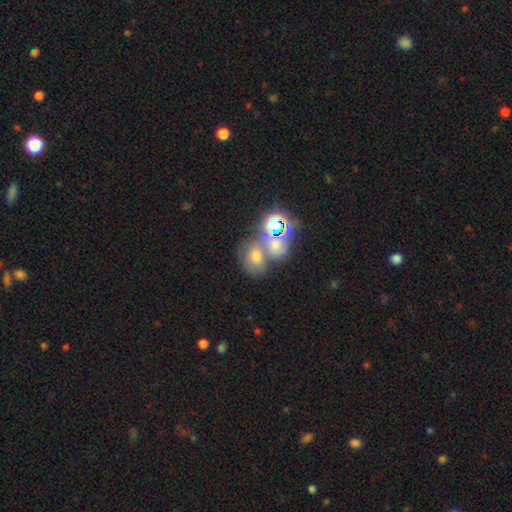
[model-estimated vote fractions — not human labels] Smooth or featured? smooth (41%)
Merging? merger (48%)